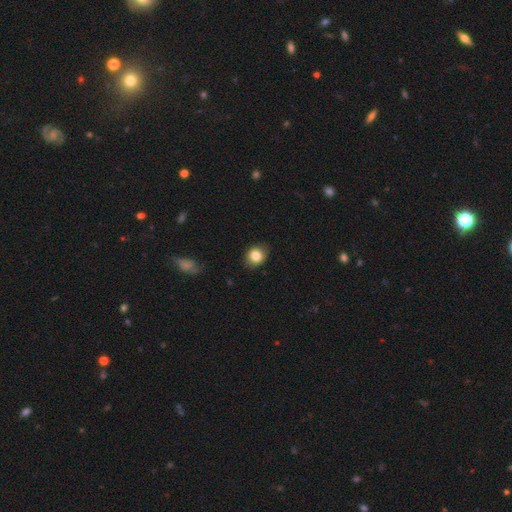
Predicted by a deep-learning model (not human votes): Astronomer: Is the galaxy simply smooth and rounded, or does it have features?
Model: smooth — 83%.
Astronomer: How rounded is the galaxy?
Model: round — 61% (runner-up: in between, 38%).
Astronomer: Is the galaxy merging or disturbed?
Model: none — 83%.